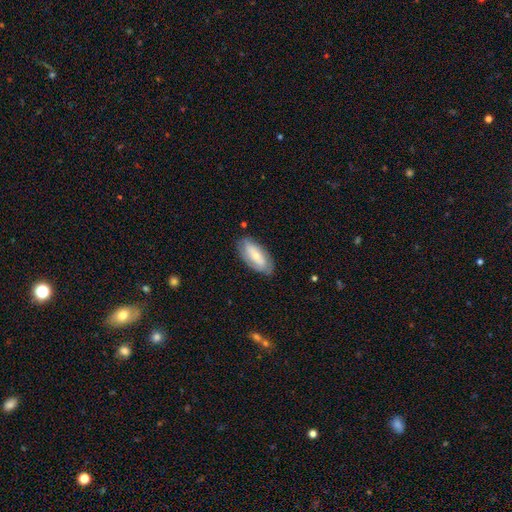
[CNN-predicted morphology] Q: Smooth or featured?
A: smooth (52%); runner-up: featured or disk (42%)
Q: How rounded?
A: in between (83%); runner-up: cigar-shaped (14%)
Q: Merging?
A: none (78%); runner-up: minor disturbance (17%)